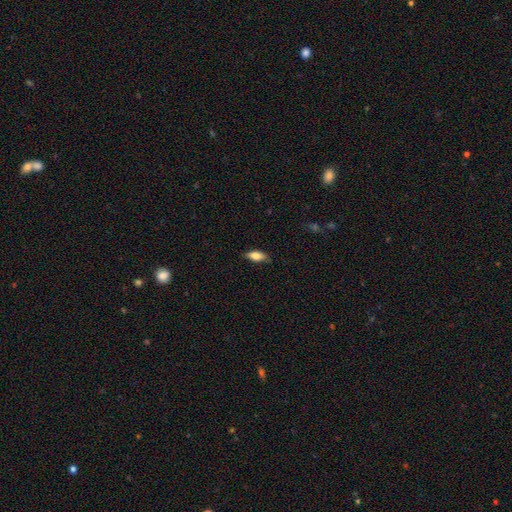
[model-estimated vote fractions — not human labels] A smooth galaxy with no disk features (76%) that is in between round and cigar-shaped (77%).

Vote fractions:
- Smooth or featured? smooth: 76% / featured or disk: 18% / star or artifact: 7%
- How rounded? in between: 77% / cigar-shaped: 20% / round: 3%
- Merging? none: 80% / minor disturbance: 16% / major disturbance: 3% / merger: 1%